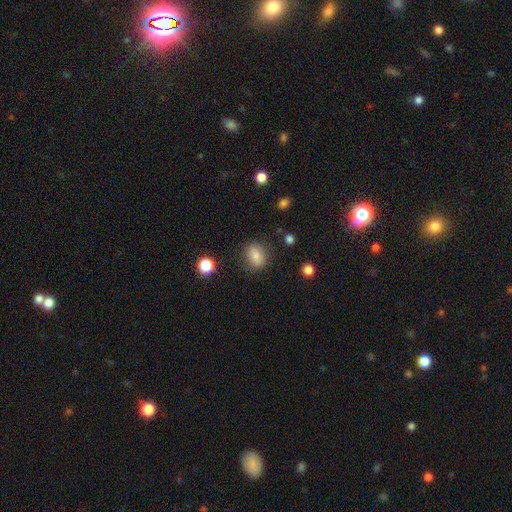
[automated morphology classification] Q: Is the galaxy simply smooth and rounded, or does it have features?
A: smooth — 80%.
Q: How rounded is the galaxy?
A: in between — 53%.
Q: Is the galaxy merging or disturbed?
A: none — 83%.